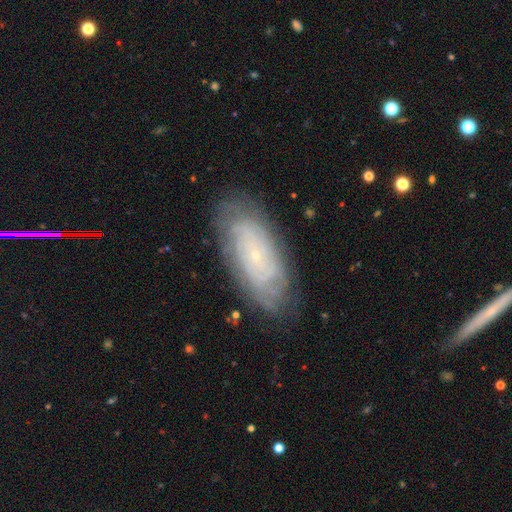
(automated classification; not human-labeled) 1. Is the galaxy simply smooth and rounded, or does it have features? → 70% featured or disk, 22% smooth, 8% star or artifact.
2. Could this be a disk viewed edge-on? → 91% no, 9% yes.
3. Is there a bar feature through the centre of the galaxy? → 83% no, 14% weak, 3% strong.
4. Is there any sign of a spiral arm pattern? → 84% yes, 16% no.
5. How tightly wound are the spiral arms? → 80% tight, 16% medium, 5% loose.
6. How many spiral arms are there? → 61% can't tell, 9% 2, 9% 4, 9% more than 4, 7% 3, 4% 1.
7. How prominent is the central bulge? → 89% small, 7% moderate, 2% none, 1% large, 1% dominant.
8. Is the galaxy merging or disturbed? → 80% none, 15% minor disturbance, 4% major disturbance, 1% merger.